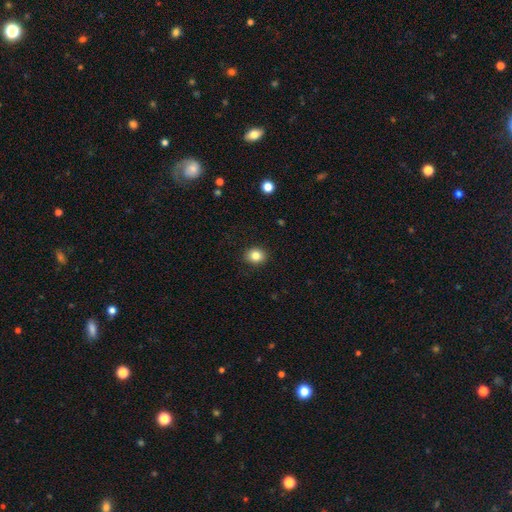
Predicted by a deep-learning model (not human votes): This is clearly a smooth galaxy (84%). How rounded: likely round (68%). Merging: clearly none (90%).